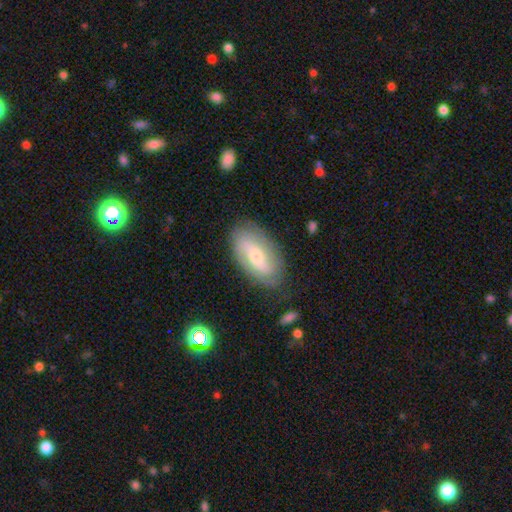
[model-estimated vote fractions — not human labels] Overall: featured or disk (60%; smooth 33%). Edge-on disk: no (91%). Bar: weak (42%; no 37%). Spiral arms: yes (82%). Bulge size: small (52%; moderate 41%). Merging: none (79%).